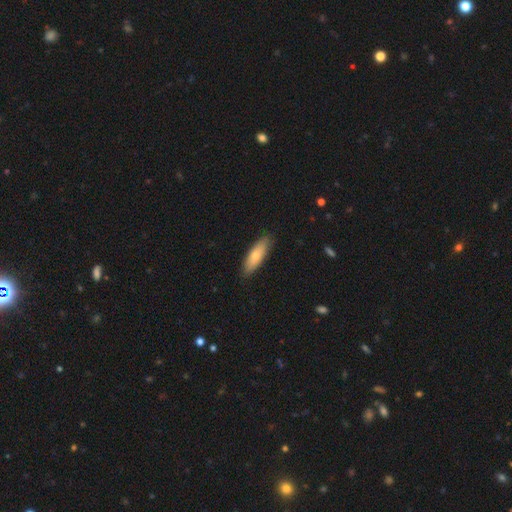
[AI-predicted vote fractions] A smooth galaxy with no disk features (74%) that is in between round and cigar-shaped (52%).

Vote fractions:
- Smooth or featured? smooth: 74% / featured or disk: 20% / star or artifact: 6%
- How rounded? in between: 52% / cigar-shaped: 46% / round: 2%
- Merging? none: 87% / minor disturbance: 10% / major disturbance: 2% / merger: 1%